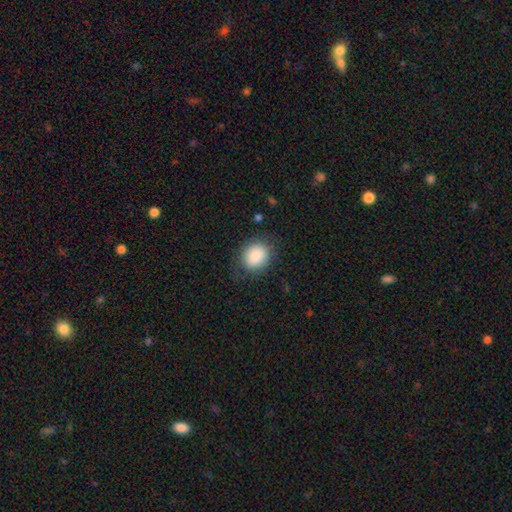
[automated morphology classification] Smooth or featured?
  - smooth: 87% *
  - star or artifact: 8%
  - featured or disk: 5%
How rounded?
  - round: 67% *
  - in between: 32%
  - cigar-shaped: 1%
Merging?
  - none: 79% *
  - minor disturbance: 14%
  - major disturbance: 6%
  - merger: 1%